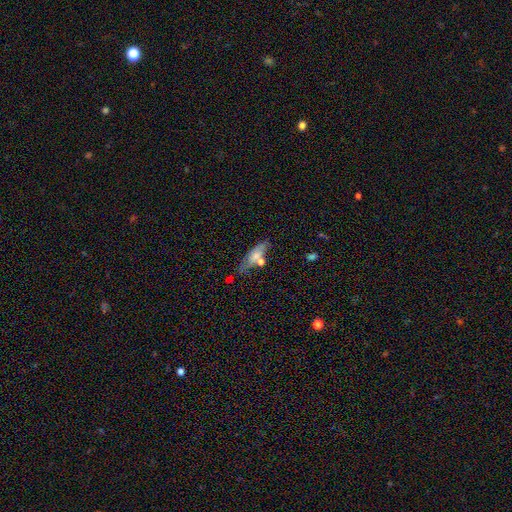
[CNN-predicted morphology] Smooth or featured? smooth (65%)
How rounded? in between (56%)
Merging? none (58%)